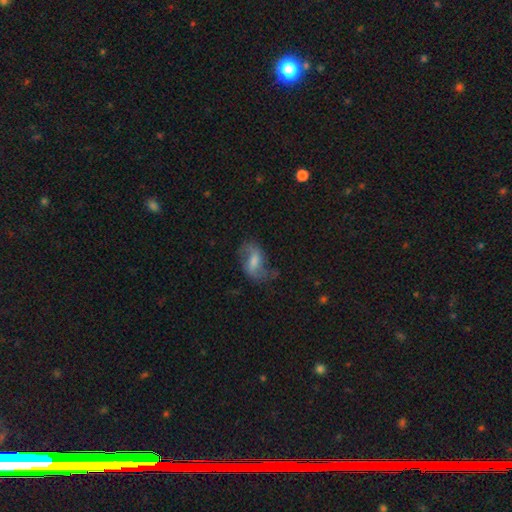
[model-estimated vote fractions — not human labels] Smooth or featured? Predicted: featured or disk (p=0.65). Edge-on disk? Predicted: no (p=0.95). Bar? Predicted: weak (p=0.48). Spiral arms? Predicted: yes (p=0.89). Spiral winding? Predicted: loose (p=0.48). Spiral arm count? Predicted: 2 (p=0.86). Bulge size? Predicted: moderate (p=0.41). Merging? Predicted: none (p=0.73).